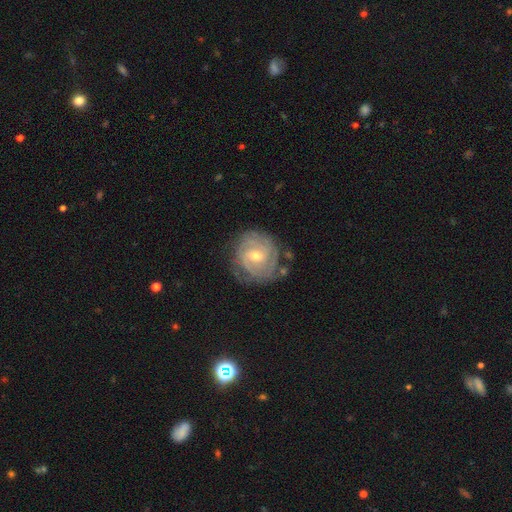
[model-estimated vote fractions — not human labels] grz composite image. It shows a featured or disk galaxy (86%) with no bar (46%), tight (77%) spiral arms (96%) and a small central bulge (49%). Merging: none (74%).